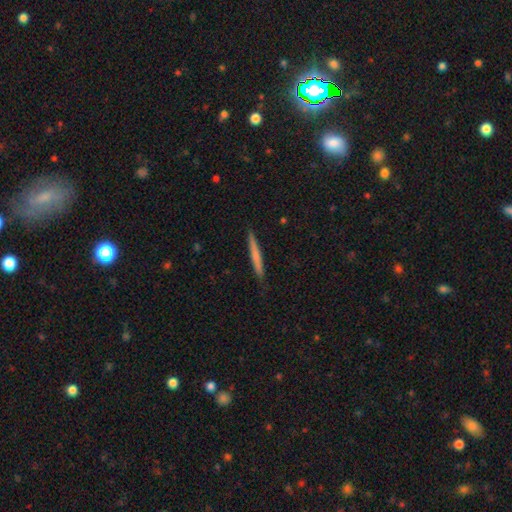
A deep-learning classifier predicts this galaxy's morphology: smooth_or_featured: smooth (p=0.61) [alt: featured or disk p=0.33]
how_rounded: cigar-shaped (p=0.96) [alt: in between p=0.03]
merging: none (p=0.89) [alt: minor disturbance p=0.09]